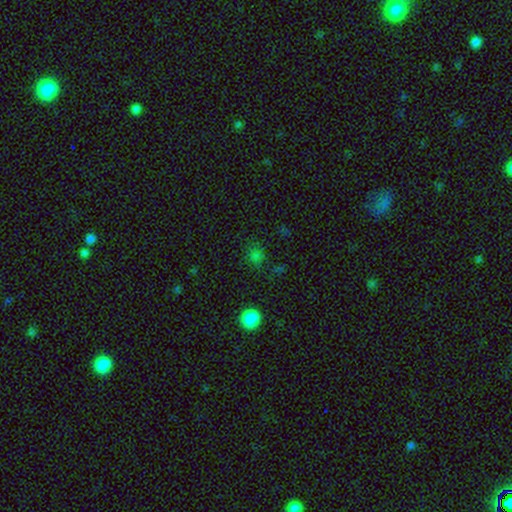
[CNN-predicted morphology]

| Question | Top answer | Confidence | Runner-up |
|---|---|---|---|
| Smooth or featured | smooth | 69% | star or artifact (26%) |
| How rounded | round | 74% | in between (24%) |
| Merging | none | 77% | minor disturbance (14%) |